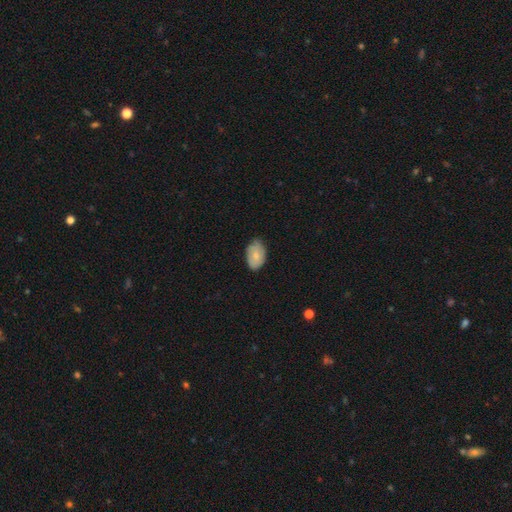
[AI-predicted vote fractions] smooth_or_featured: smooth (p=0.73) [alt: featured or disk p=0.21]
how_rounded: in between (p=0.89) [alt: round p=0.10]
merging: none (p=0.72) [alt: minor disturbance p=0.24]